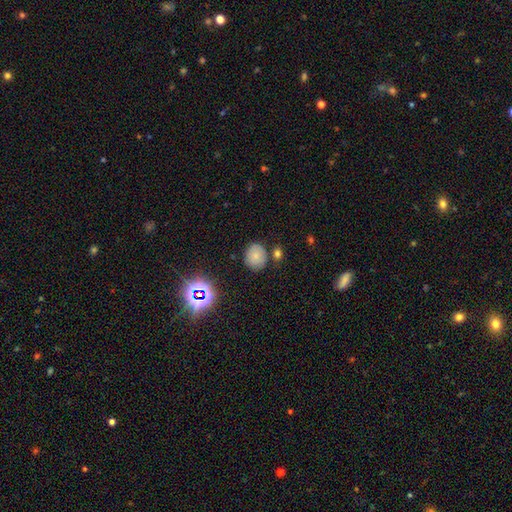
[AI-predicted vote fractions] smooth-or-featured: smooth: 74% | star or artifact: 15% | featured or disk: 10%
  how-rounded: round: 65% | in between: 34% | cigar-shaped: 1%
  merging: none: 77% | minor disturbance: 13% | merger: 7% | major disturbance: 3%